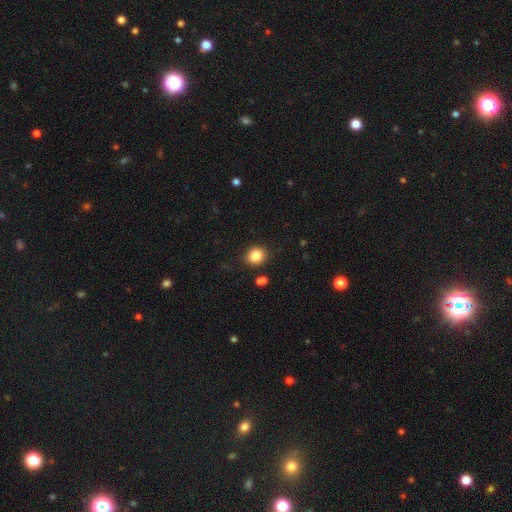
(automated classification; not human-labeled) smooth_or_featured: smooth (p=0.84) [alt: star or artifact p=0.11]
how_rounded: round (p=0.76) [alt: in between p=0.23]
merging: none (p=0.86) [alt: minor disturbance p=0.08]